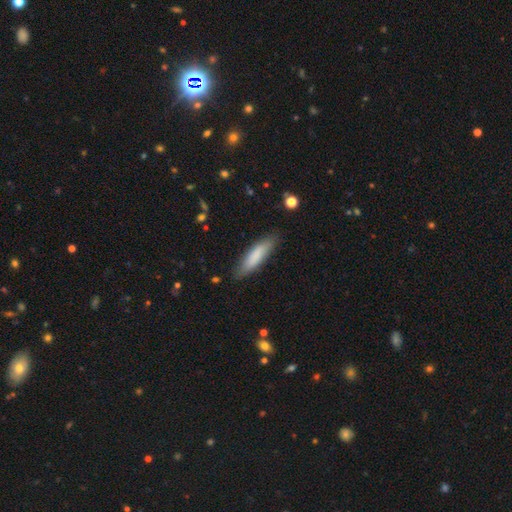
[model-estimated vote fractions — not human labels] Morphology: type=smooth (81%); roundness=cigar-shaped (67%); merging=none (82%).